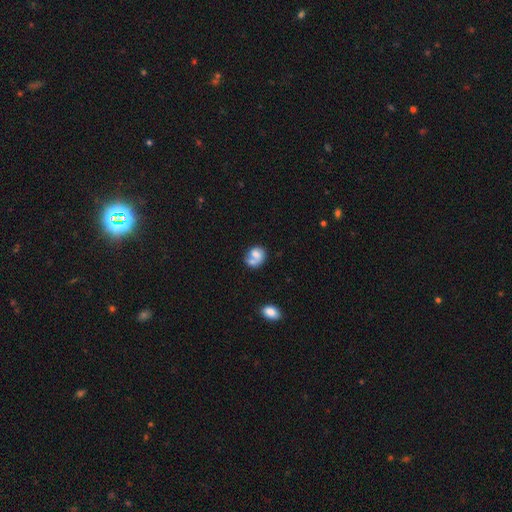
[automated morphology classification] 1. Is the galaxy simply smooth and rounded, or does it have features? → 61% smooth, 31% featured or disk, 8% star or artifact.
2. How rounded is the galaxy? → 52% round, 47% in between, 1% cigar-shaped.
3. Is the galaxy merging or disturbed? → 45% merger, 28% none, 14% major disturbance, 13% minor disturbance.